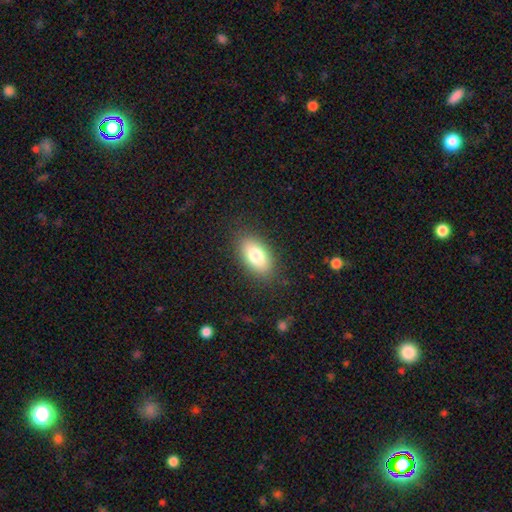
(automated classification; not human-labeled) This is clearly a smooth galaxy (80%). How rounded: clearly in between (91%). Merging: clearly none (85%).